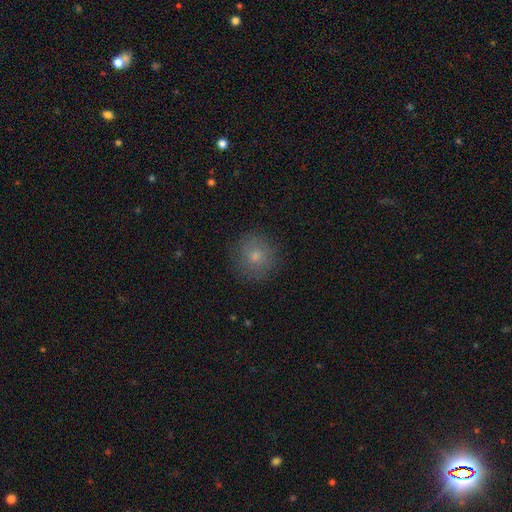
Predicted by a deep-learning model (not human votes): Smooth or featured? smooth (74%)
How rounded? round (92%)
Merging? none (84%)